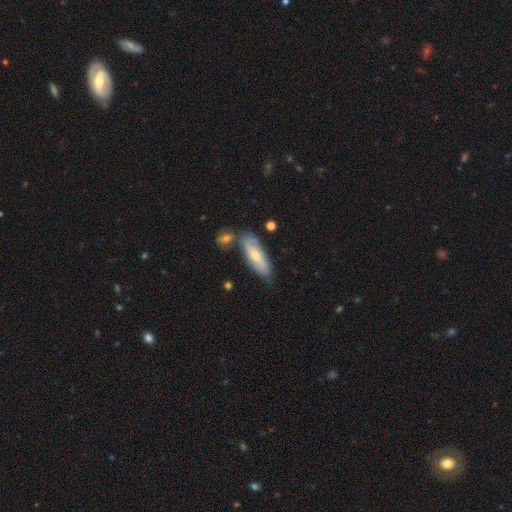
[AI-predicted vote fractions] smooth_or_featured: smooth (p=0.57) [alt: featured or disk p=0.37]
how_rounded: in between (p=0.59) [alt: cigar-shaped p=0.38]
merging: none (p=0.67) [alt: minor disturbance p=0.19]